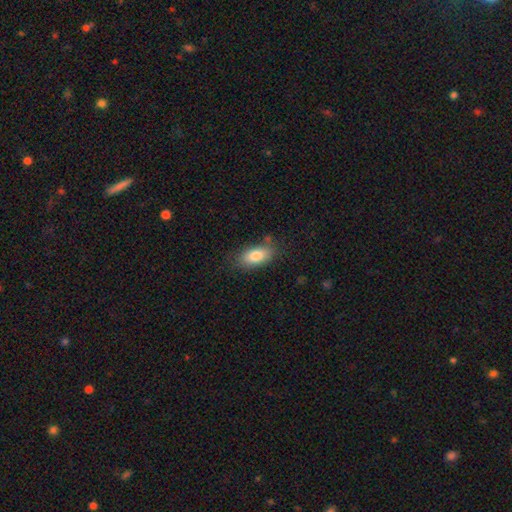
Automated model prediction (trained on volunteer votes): Smooth or featured? smooth (82%)
How rounded? in between (90%)
Merging? none (77%)